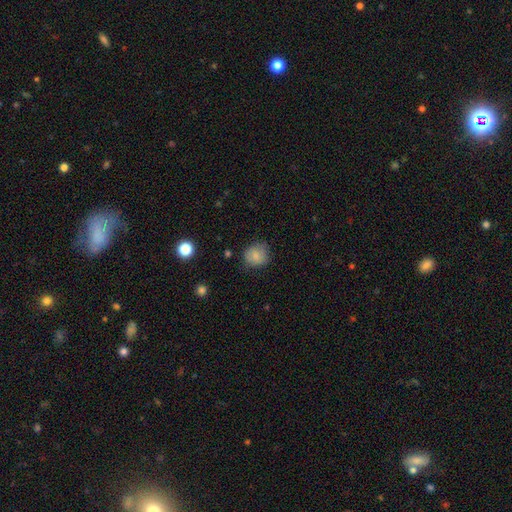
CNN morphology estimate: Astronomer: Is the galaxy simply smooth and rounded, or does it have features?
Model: smooth — 81%.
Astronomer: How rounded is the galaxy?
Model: round — 76%.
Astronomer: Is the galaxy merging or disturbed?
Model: none — 72%.